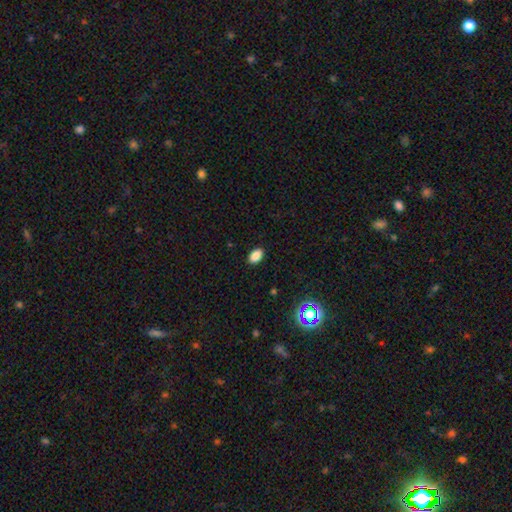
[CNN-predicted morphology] Smooth or featured? Predicted: smooth (p=0.86). How rounded? Predicted: in between (p=0.89). Merging? Predicted: none (p=0.89).